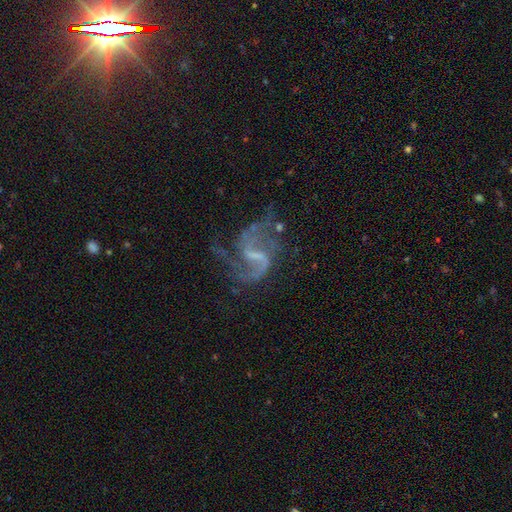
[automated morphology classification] A featured or disk galaxy (87%) with a weak bar (53%), 2 (80%) loose (56%) spiral arms (95%) and no central bulge (44%). Merging: none (53%).